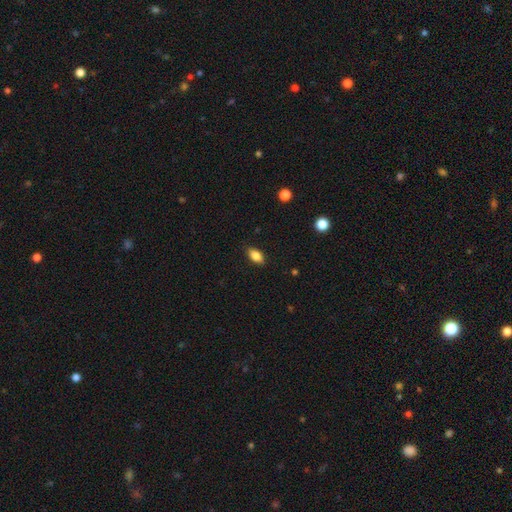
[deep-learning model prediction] smooth-or-featured: smooth: 83% | star or artifact: 8% | featured or disk: 8%
  how-rounded: in between: 88% | round: 6% | cigar-shaped: 5%
  merging: none: 85% | minor disturbance: 12% | major disturbance: 2% | merger: 1%